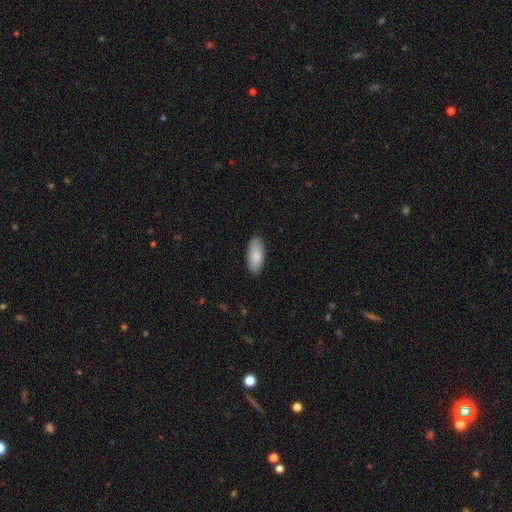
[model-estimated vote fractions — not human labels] Smooth or featured?
  - smooth: 86% *
  - featured or disk: 9%
  - star or artifact: 6%
How rounded?
  - in between: 86% *
  - cigar-shaped: 12%
  - round: 2%
Merging?
  - none: 87% *
  - minor disturbance: 10%
  - major disturbance: 2%
  - merger: 1%